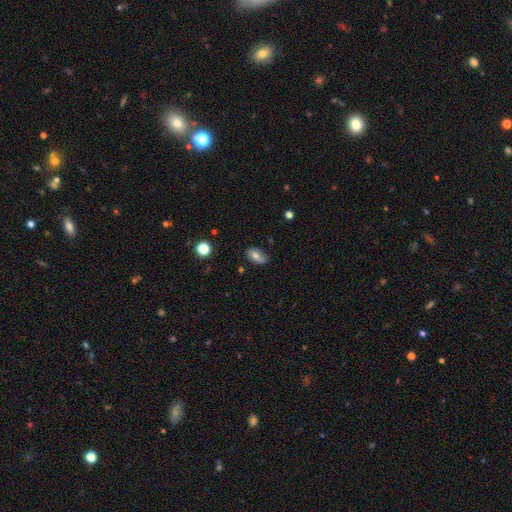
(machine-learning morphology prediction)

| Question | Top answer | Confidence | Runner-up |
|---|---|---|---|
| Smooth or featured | smooth | 67% | featured or disk (24%) |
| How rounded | in between | 89% | round (7%) |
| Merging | none | 74% | minor disturbance (20%) |